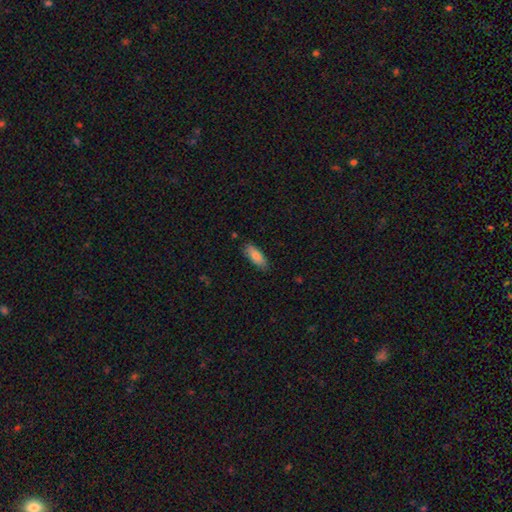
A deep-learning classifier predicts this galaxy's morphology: Smooth or featured? Predicted: smooth (p=0.83). How rounded? Predicted: in between (p=0.74). Merging? Predicted: none (p=0.81).